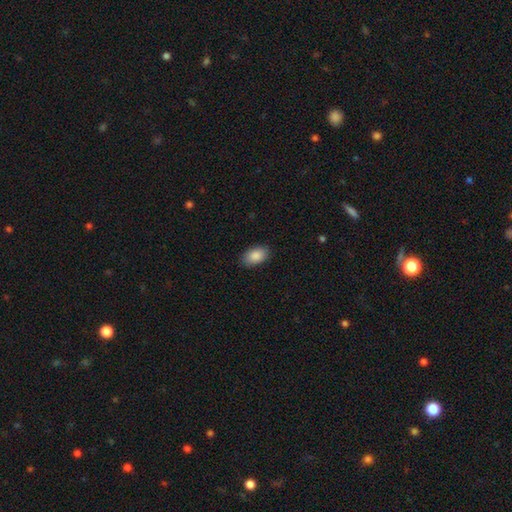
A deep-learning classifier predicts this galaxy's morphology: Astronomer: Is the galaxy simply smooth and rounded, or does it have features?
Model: smooth — 89%.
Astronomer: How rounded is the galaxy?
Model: in between — 93%.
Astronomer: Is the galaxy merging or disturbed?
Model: none — 87%.